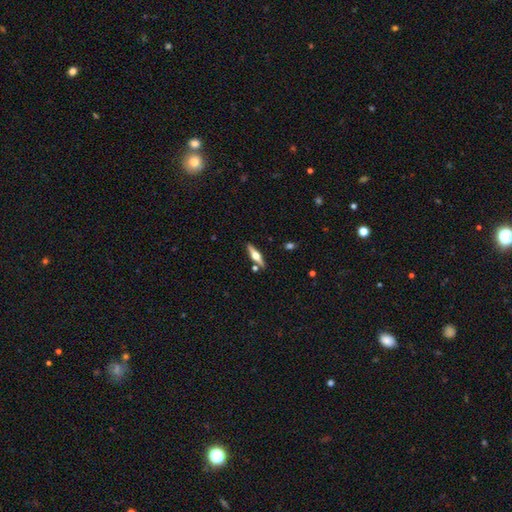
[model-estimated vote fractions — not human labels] smooth_or_featured: featured or disk (p=0.68) [alt: smooth p=0.26]
disk_edge_on: yes (p=0.97) [alt: no p=0.03]
edge_on_bulge: rounded (p=0.95) [alt: boxy p=0.03]
merging: none (p=0.85) [alt: minor disturbance p=0.08]